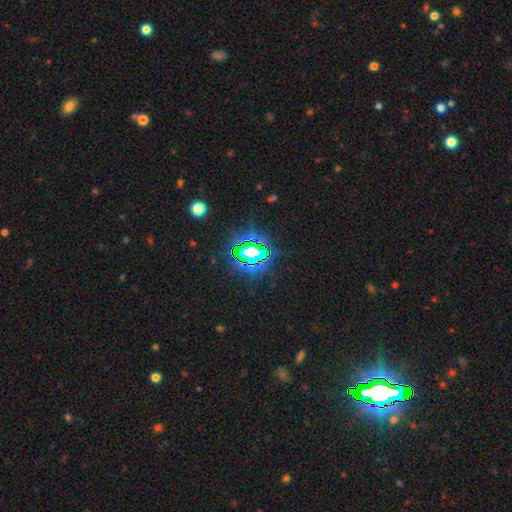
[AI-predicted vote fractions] Smooth or featured: star or artifact — 77% (smooth — 13%)